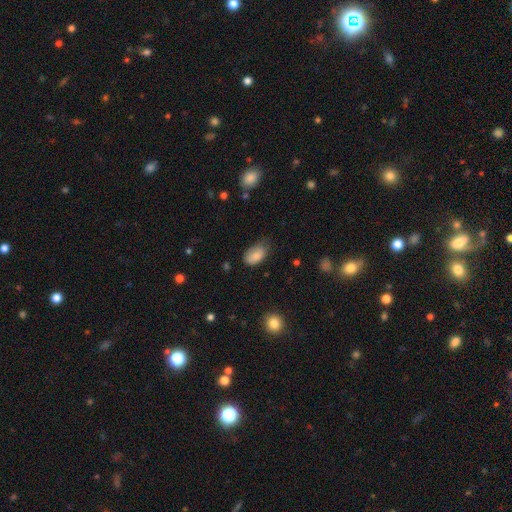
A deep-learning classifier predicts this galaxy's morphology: Smooth or featured?
  - smooth: 84% *
  - featured or disk: 8%
  - star or artifact: 8%
How rounded?
  - in between: 93% *
  - round: 6%
  - cigar-shaped: 2%
Merging?
  - none: 55% *
  - minor disturbance: 35%
  - major disturbance: 9%
  - merger: 2%